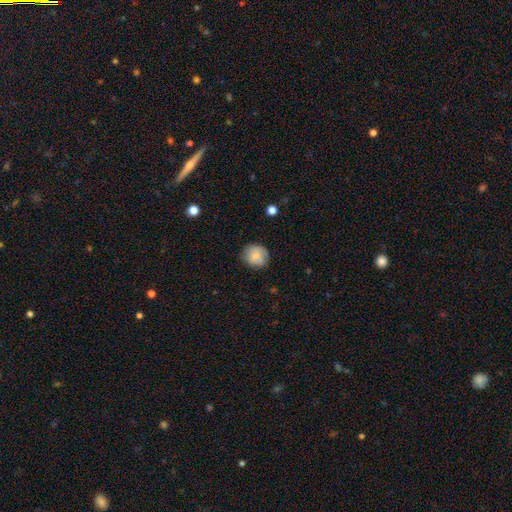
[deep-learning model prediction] smooth_or_featured: smooth (p=0.75) [alt: featured or disk p=0.17]
how_rounded: round (p=0.80) [alt: in between p=0.19]
merging: none (p=0.77) [alt: minor disturbance p=0.18]